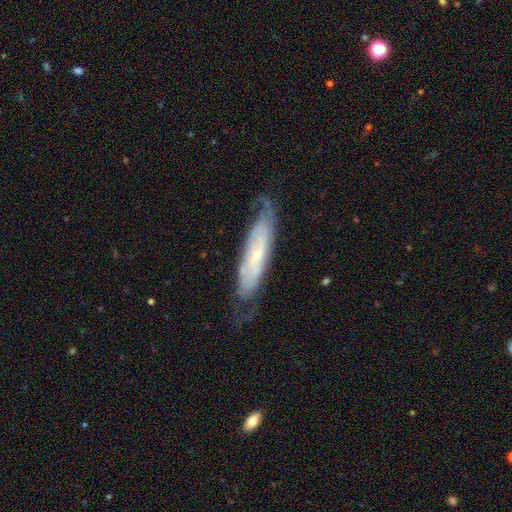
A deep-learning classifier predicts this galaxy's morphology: This is likely a featured or disk galaxy (71%). It is likely not viewed edge-on (66%). Merging: likely none (66%).